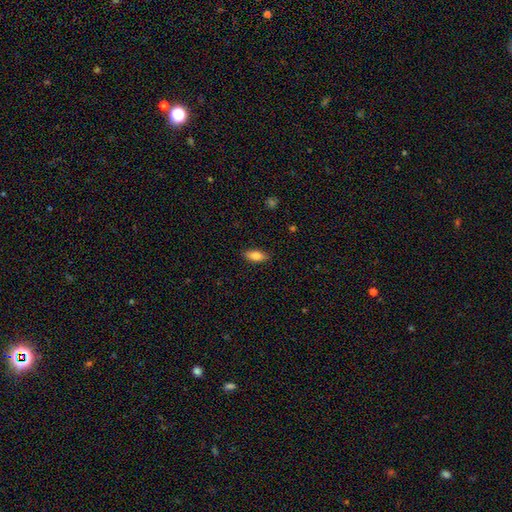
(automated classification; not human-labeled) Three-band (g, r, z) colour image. It shows a smooth galaxy with no disk features (79%) that is in between round and cigar-shaped (84%). Merging: none (87%).